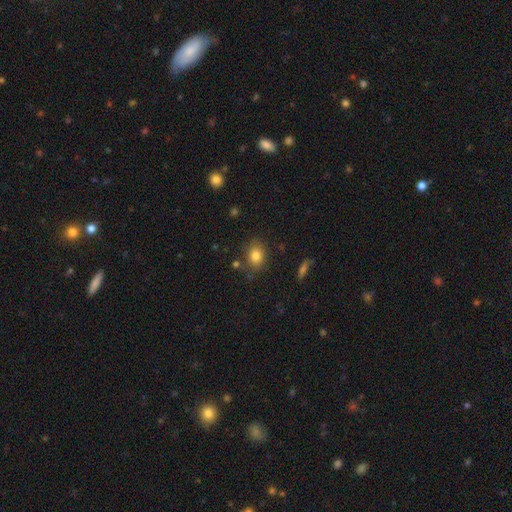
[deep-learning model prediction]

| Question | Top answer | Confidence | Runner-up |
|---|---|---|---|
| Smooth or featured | smooth | 82% | star or artifact (10%) |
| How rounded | in between | 58% | round (41%) |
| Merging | none | 78% | minor disturbance (14%) |